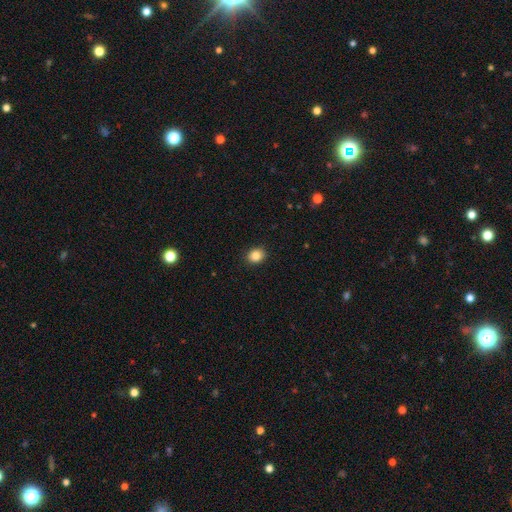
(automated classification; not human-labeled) smooth_or_featured: smooth (p=0.85) [alt: star or artifact p=0.10]
how_rounded: round (p=0.60) [alt: in between p=0.39]
merging: none (p=0.91) [alt: minor disturbance p=0.07]